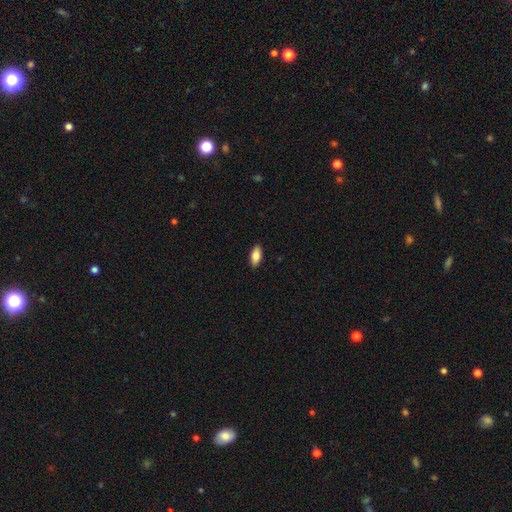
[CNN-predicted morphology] The model was most divided on "smooth or featured": smooth: 81%, featured or disk: 12%, star or artifact: 6%. More confident: merging — none (90%); how rounded — in between (88%).